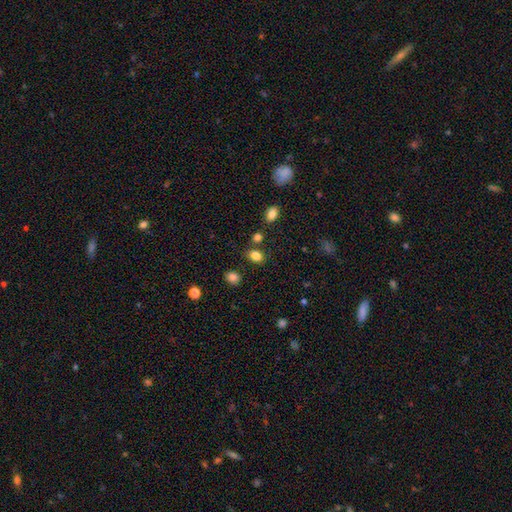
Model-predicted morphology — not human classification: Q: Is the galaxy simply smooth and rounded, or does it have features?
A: smooth — 85%.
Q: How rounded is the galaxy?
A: in between — 66%.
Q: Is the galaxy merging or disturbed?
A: none — 78%.